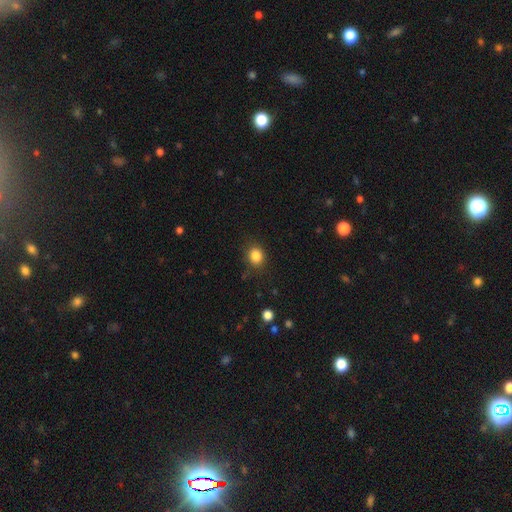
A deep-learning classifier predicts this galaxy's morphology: A smooth galaxy with no disk features (85%) that is round (61%). Merging: none (83%).